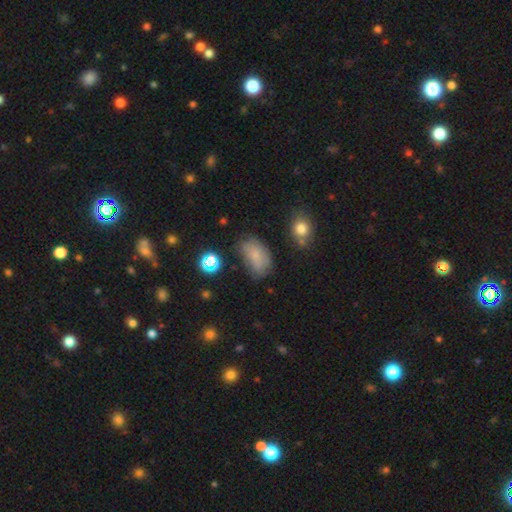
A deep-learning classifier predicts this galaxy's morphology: Smooth or featured?
  - smooth: 70% *
  - featured or disk: 17%
  - star or artifact: 13%
How rounded?
  - in between: 89% *
  - round: 9%
  - cigar-shaped: 2%
Merging?
  - none: 51% *
  - minor disturbance: 31%
  - major disturbance: 13%
  - merger: 5%